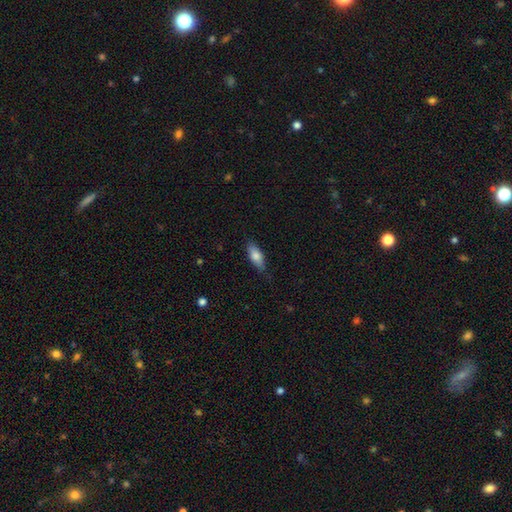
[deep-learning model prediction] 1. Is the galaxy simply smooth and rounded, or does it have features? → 77% smooth, 17% featured or disk, 6% star or artifact.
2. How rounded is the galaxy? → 74% in between, 24% cigar-shaped, 2% round.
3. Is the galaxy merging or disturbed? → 80% none, 16% minor disturbance, 3% major disturbance, 1% merger.